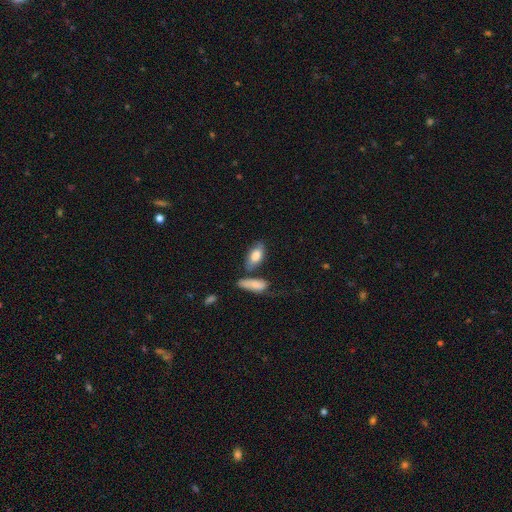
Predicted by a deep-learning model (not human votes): The model was most divided on "merging": none: 60%, minor disturbance: 18%, merger: 16%, major disturbance: 6%. More confident: how rounded — in between (89%); smooth or featured — smooth (79%).